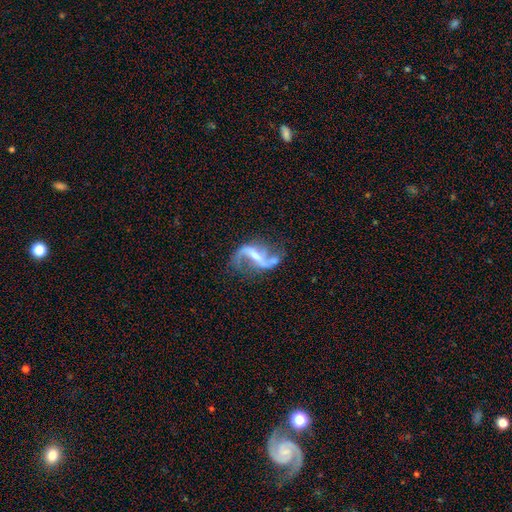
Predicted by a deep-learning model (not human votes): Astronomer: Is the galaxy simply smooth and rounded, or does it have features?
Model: featured or disk — 89%.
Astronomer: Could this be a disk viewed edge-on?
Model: no — 96%.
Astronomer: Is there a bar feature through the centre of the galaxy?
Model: strong — 47% (runner-up: weak, 36%).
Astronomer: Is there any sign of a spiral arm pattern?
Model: yes — 94%.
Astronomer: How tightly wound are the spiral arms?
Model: loose — 84%.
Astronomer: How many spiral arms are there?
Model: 2 — 90%.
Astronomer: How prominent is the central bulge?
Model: small — 52% (runner-up: moderate, 34%).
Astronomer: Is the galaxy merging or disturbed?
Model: none — 57%.